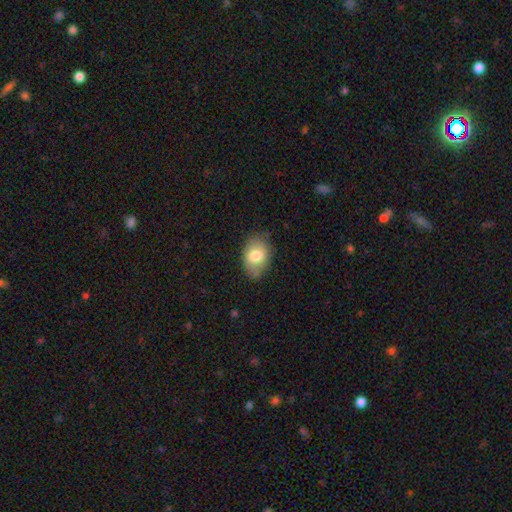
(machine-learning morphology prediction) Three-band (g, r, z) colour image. It shows a smooth galaxy with no disk features (79%) that is in between round and cigar-shaped (81%). Merging: none (71%).